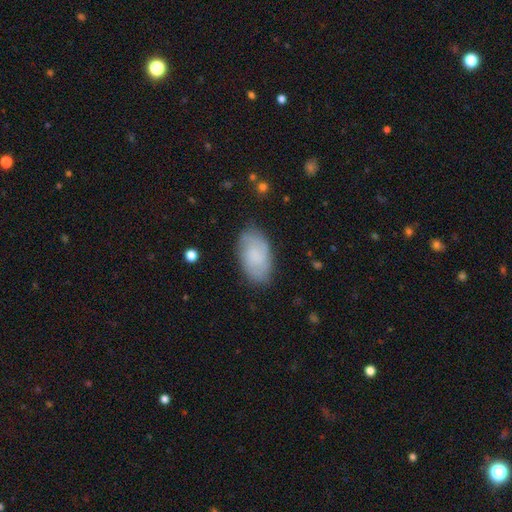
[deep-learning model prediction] Overall: smooth (54%; featured or disk 38%). How rounded: in between (94%). Merging: none (79%).